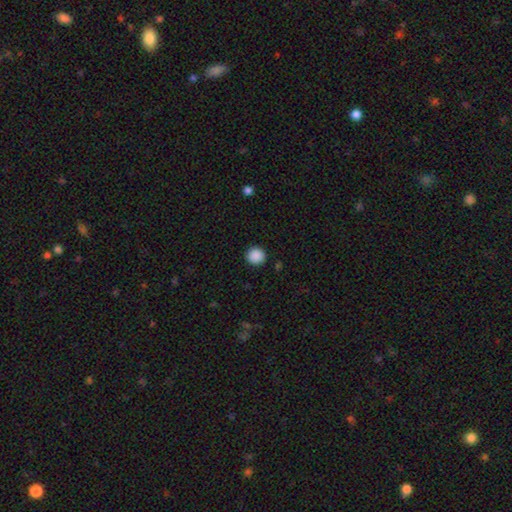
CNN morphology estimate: The model was most divided on "smooth or featured": smooth: 89%, star or artifact: 9%, featured or disk: 2%. More confident: merging — none (91%); how rounded — round (91%).